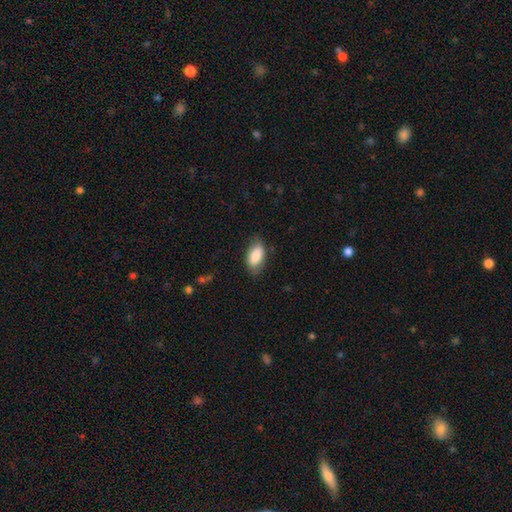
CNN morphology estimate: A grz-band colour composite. It shows a smooth galaxy with no disk features (83%) that is in between round and cigar-shaped (92%). Merging: none (78%).